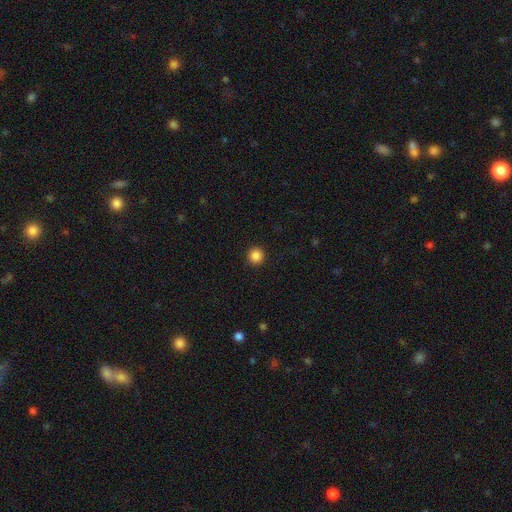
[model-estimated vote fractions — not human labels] The model was most divided on "smooth or featured": smooth: 86%, star or artifact: 11%, featured or disk: 3%. More confident: how rounded — round (96%); merging — none (93%).